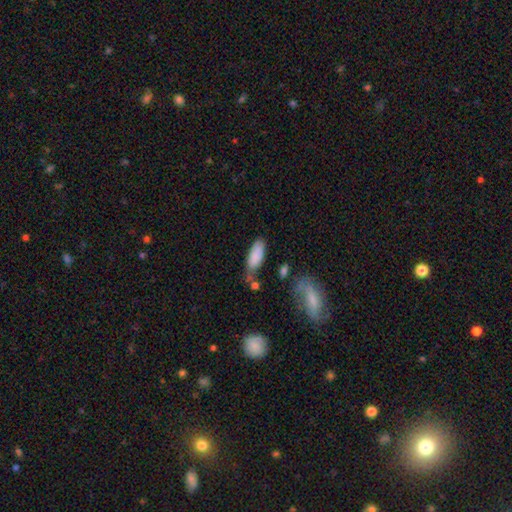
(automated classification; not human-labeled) smooth-or-featured: smooth: 85% | featured or disk: 8% | star or artifact: 7%
  how-rounded: in between: 75% | cigar-shaped: 23% | round: 2%
  merging: none: 54% | minor disturbance: 28% | merger: 9% | major disturbance: 9%